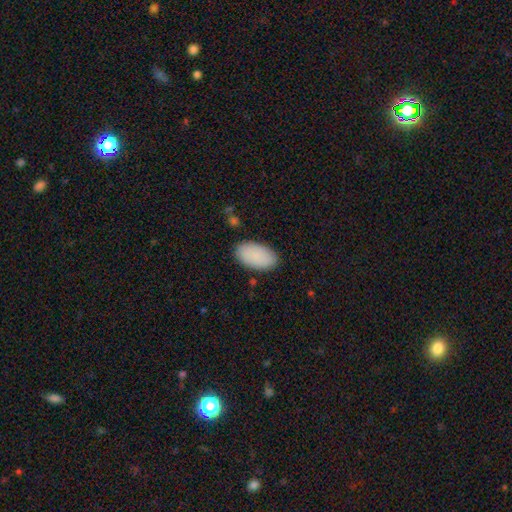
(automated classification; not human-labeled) A smooth galaxy with no disk features (88%) that is in between round and cigar-shaped (96%).

Vote fractions:
- Smooth or featured? smooth: 88% / star or artifact: 6% / featured or disk: 6%
- How rounded? in between: 96% / round: 3% / cigar-shaped: 2%
- Merging? none: 85% / minor disturbance: 11% / major disturbance: 2% / merger: 1%